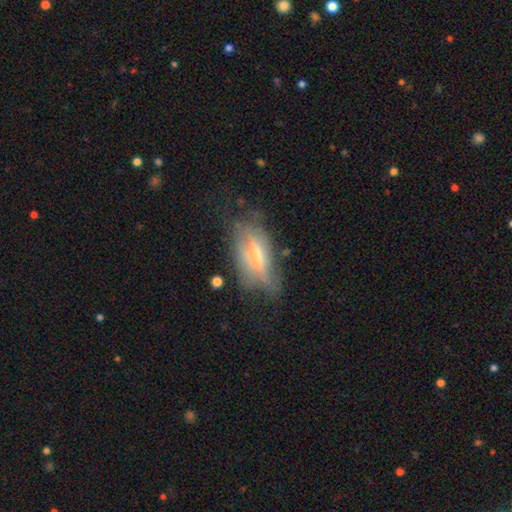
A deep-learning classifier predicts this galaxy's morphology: Smooth or featured?
  - featured or disk: 55% *
  - smooth: 36%
  - star or artifact: 9%
Edge-on disk?
  - yes: 73% *
  - no: 27%
Merging?
  - none: 58% *
  - minor disturbance: 27%
  - major disturbance: 14%
  - merger: 2%